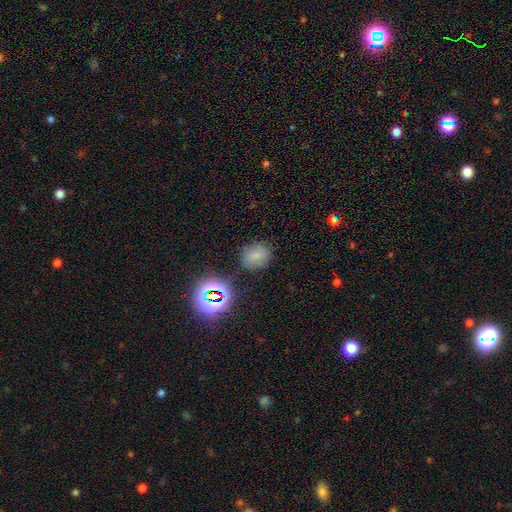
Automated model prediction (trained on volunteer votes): Morphology: type=smooth (70%); roundness=round (66%); merging=none (79%).